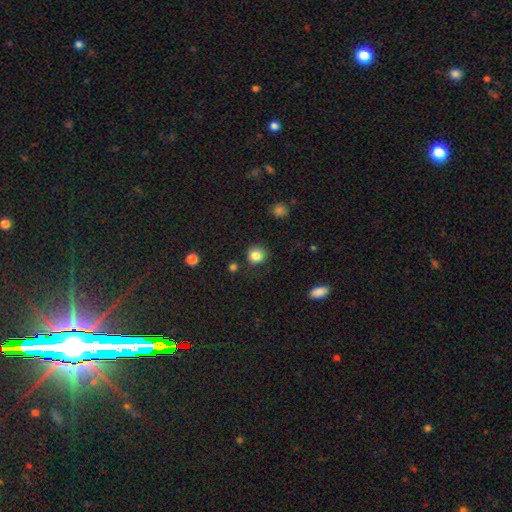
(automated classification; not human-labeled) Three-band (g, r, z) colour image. It shows a smooth galaxy with no disk features (85%) that is round (90%). Merging: none (84%).